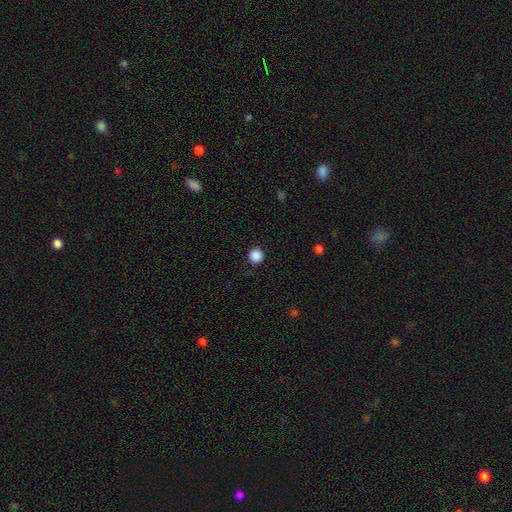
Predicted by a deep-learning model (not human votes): A smooth galaxy with no disk features (88%) that is round (95%).

Vote fractions:
- Smooth or featured? smooth: 88% / star or artifact: 10% / featured or disk: 2%
- How rounded? round: 95% / in between: 4% / cigar-shaped: 1%
- Merging? none: 92% / minor disturbance: 5% / major disturbance: 2% / merger: 1%